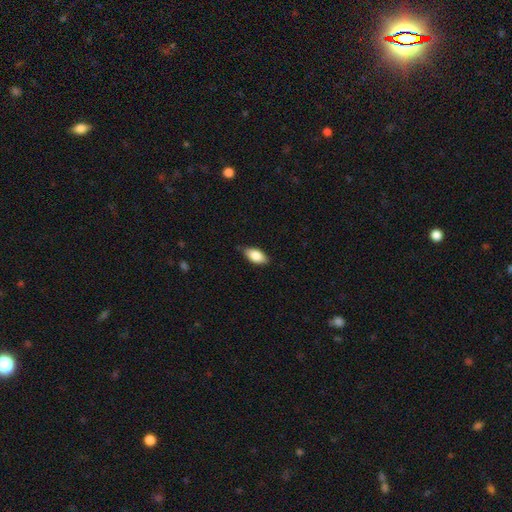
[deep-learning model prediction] Smooth or featured?
  - smooth: 83% *
  - featured or disk: 10%
  - star or artifact: 7%
How rounded?
  - in between: 90% *
  - cigar-shaped: 6%
  - round: 3%
Merging?
  - none: 81% *
  - minor disturbance: 16%
  - major disturbance: 2%
  - merger: 1%